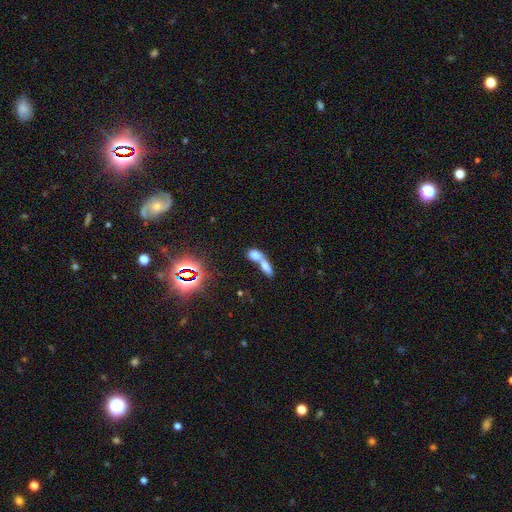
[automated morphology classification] Smooth or featured? Predicted: smooth (p=0.71). How rounded? Predicted: in between (p=0.67). Merging? Predicted: merger (p=0.74).